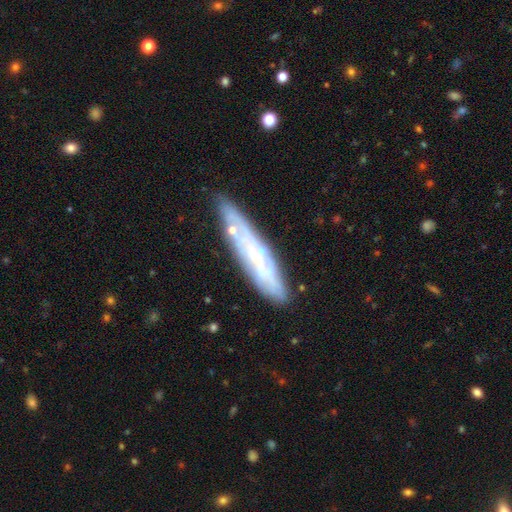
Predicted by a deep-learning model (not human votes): Smooth or featured? featured or disk (61%)
Edge-on disk? yes (54%)
Merging? none (78%)